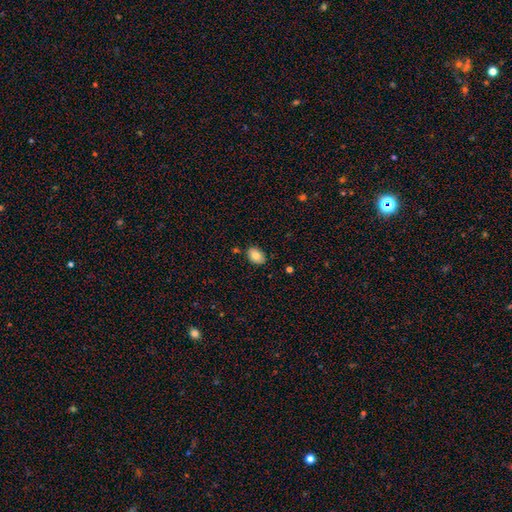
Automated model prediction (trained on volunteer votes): Overall: smooth (83%). How rounded: in between (77%). Merging: none (83%).